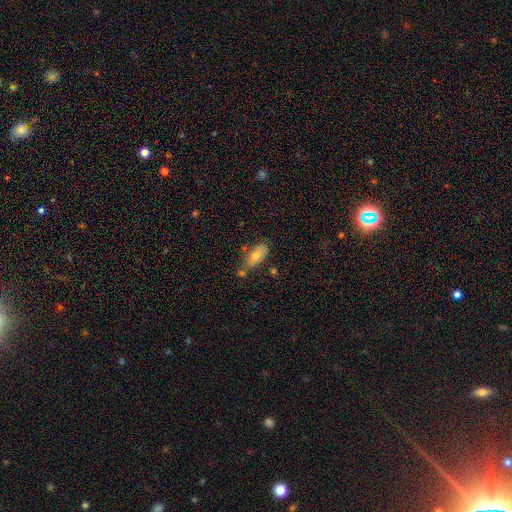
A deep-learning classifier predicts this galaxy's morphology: The model was most divided on "merging": none: 61%, minor disturbance: 22%, merger: 12%, major disturbance: 5%. More confident: how rounded — in between (77%); smooth or featured — smooth (65%).